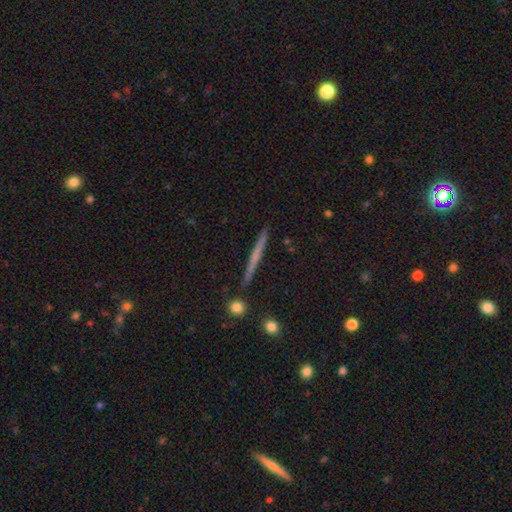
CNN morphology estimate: featured or disk 49%, smooth 44%, star or artifact 7%. Down the decision tree: merging — none (91%).